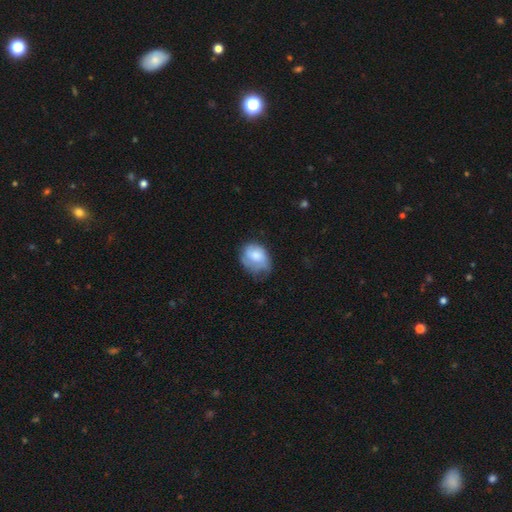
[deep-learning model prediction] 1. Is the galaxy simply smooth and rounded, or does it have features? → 67% smooth, 25% featured or disk, 7% star or artifact.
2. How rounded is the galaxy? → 60% in between, 39% round, 1% cigar-shaped.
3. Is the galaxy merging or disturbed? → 40% minor disturbance, 38% none, 20% major disturbance, 2% merger.